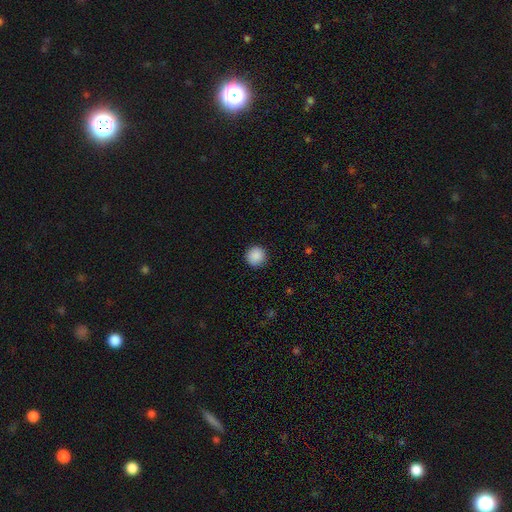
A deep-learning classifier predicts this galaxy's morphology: smooth 89%, star or artifact 9%, featured or disk 3%. Down the decision tree: how rounded — round (95%); merging — none (90%).